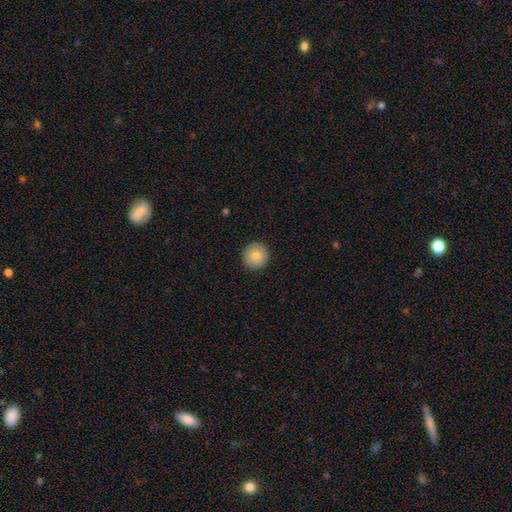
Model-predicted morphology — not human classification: Overall: smooth (81%). How rounded: round (95%). Merging: none (92%).